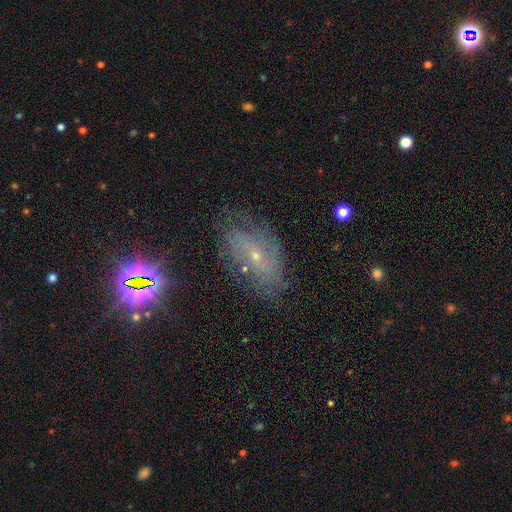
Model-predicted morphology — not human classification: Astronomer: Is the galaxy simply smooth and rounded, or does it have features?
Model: featured or disk — 62%.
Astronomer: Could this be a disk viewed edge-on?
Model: no — 91%.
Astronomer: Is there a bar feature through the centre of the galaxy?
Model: no — 66%.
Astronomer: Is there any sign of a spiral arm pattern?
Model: yes — 79%.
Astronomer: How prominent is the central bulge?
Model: small — 78%.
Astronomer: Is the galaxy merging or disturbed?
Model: none — 63%.